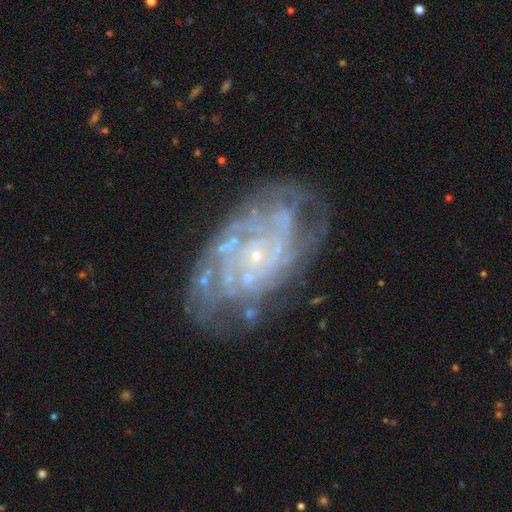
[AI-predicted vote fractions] The model was most divided on "spiral arm count": can't tell: 38%, 4: 17%, 3: 14%, 2: 13%, more than 4: 11%, 1: 6%. More confident: edge-on disk — no (96%); spiral arms — yes (91%); bulge size — small (86%); smooth or featured — featured or disk (86%); bar — no (79%); merging — none (68%); spiral winding — tight (68%).